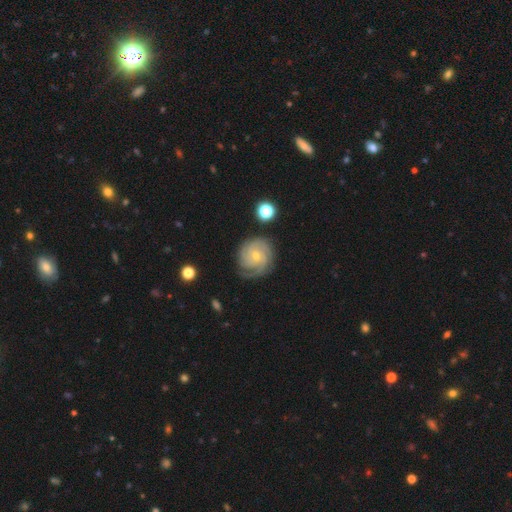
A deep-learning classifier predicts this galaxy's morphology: smooth-or-featured: featured or disk: 85% | smooth: 8% | star or artifact: 6%
  disk-edge-on: no: 98% | yes: 2%
    bar: no: 66% | weak: 29% | strong: 5%
    has-spiral-arms: yes: 98% | no: 2%
      spiral-winding: tight: 76% | medium: 21% | loose: 3%
      spiral-arm-count: 3: 28% | 4: 27% | can't tell: 21% | 2: 10% | more than 4: 8% | 1: 6%
    bulge-size: small: 66% | moderate: 31% | none: 2% | large: 1% | dominant: 1%
  merging: none: 78% | minor disturbance: 15% | major disturbance: 5% | merger: 2%